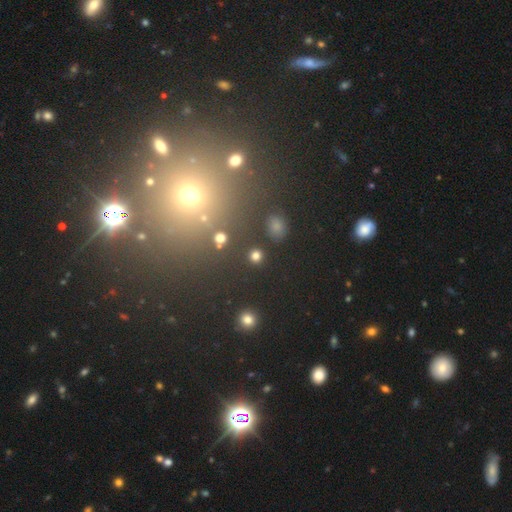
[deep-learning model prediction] Q: Smooth or featured?
A: smooth (77%); runner-up: star or artifact (18%)
Q: How rounded?
A: round (89%); runner-up: in between (9%)
Q: Merging?
A: none (88%); runner-up: minor disturbance (6%)